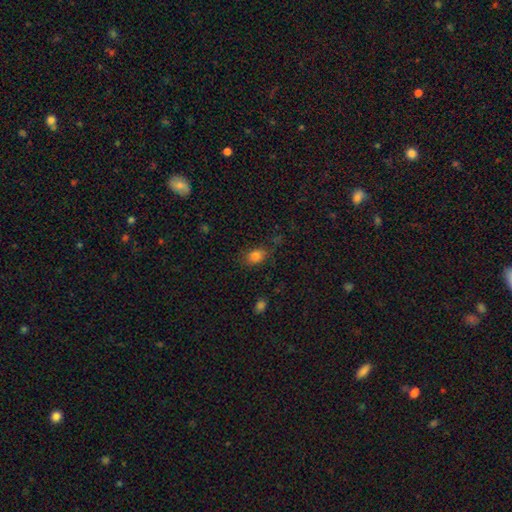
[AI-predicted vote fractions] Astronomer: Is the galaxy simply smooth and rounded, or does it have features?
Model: smooth — 80%.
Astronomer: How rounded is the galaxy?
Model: in between — 78%.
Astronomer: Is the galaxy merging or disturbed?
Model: none — 70%.